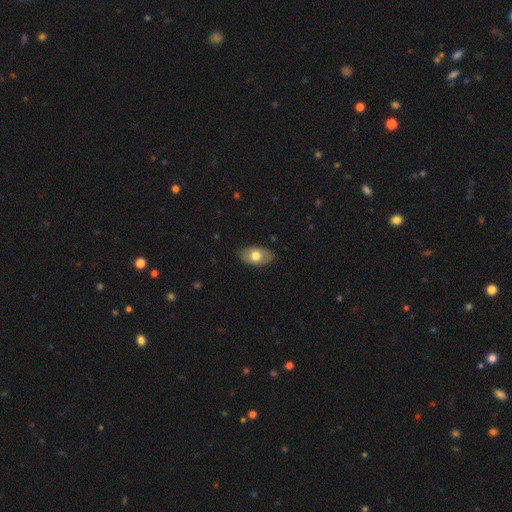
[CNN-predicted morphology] This appears to be a smooth galaxy with no disk features (69%) that is in between round and cigar-shaped (92%). Merging: none (85%).